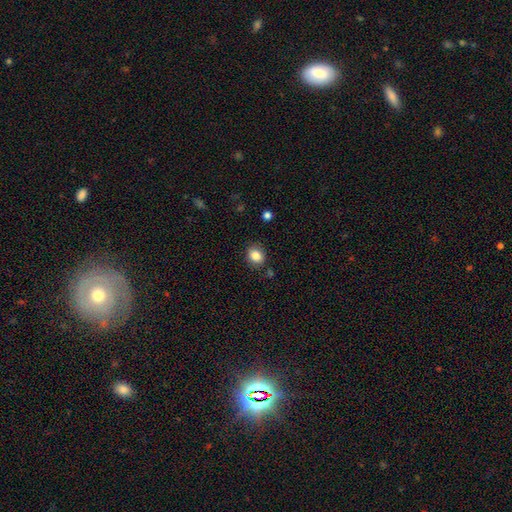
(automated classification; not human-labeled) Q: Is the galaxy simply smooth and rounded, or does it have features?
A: smooth — 84%.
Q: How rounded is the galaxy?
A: round — 60%.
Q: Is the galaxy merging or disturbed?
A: none — 83%.